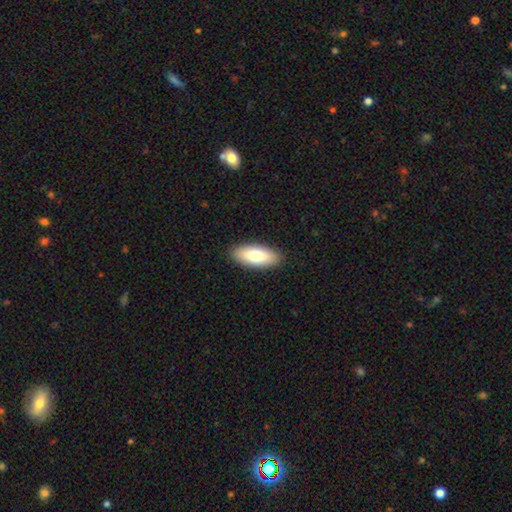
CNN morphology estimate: This appears to be a smooth galaxy with no disk features (76%) that is in between round and cigar-shaped (82%). Merging: none (90%).